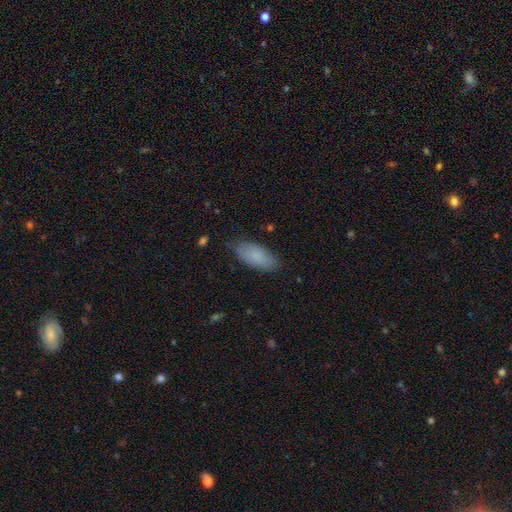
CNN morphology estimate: Smooth or featured?
  - smooth: 85% *
  - featured or disk: 8%
  - star or artifact: 6%
How rounded?
  - in between: 86% *
  - cigar-shaped: 13%
  - round: 2%
Merging?
  - none: 81% *
  - minor disturbance: 15%
  - major disturbance: 3%
  - merger: 1%